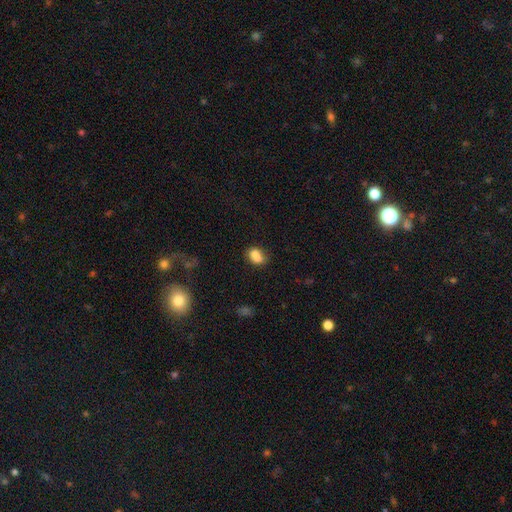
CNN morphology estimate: Smooth or featured? smooth (81%)
How rounded? in between (74%)
Merging? none (48%)